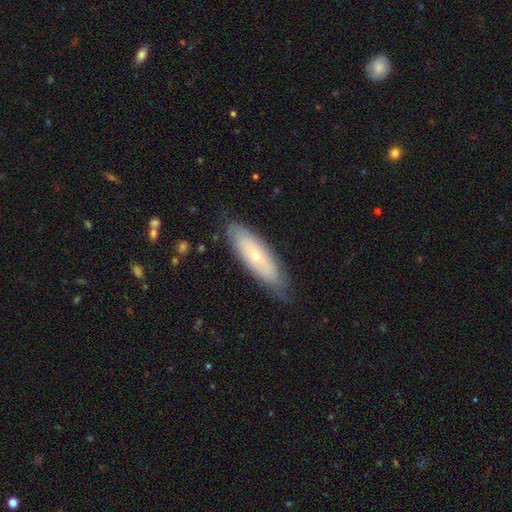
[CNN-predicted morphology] Smooth or featured? Predicted: featured or disk (p=0.51). Edge-on disk? Predicted: no (p=0.70). Merging? Predicted: none (p=0.76).